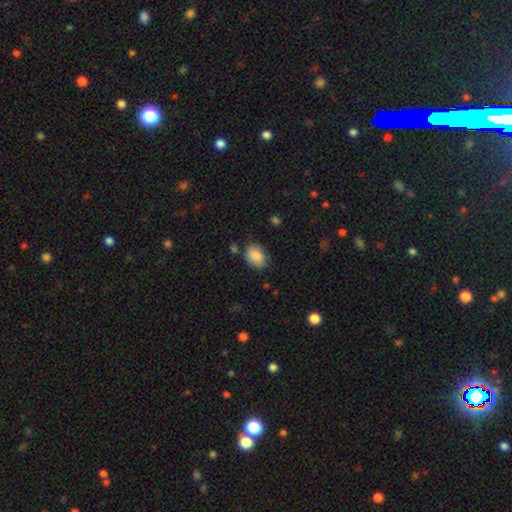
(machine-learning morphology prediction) smooth 88%, star or artifact 7%, featured or disk 5%. Down the decision tree: how rounded — in between (79%); merging — none (74%).